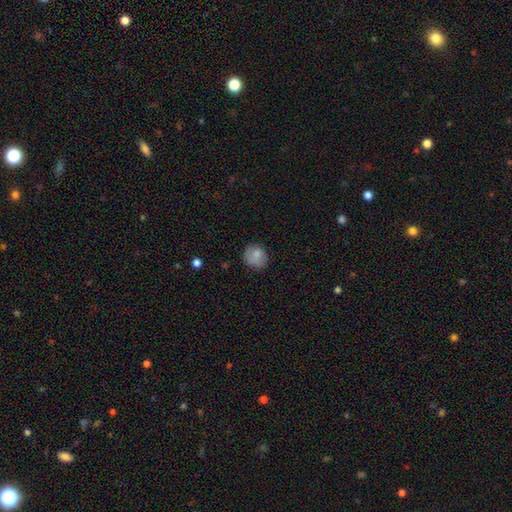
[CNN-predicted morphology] Overall: smooth (81%). How rounded: round (80%). Merging: none (76%).